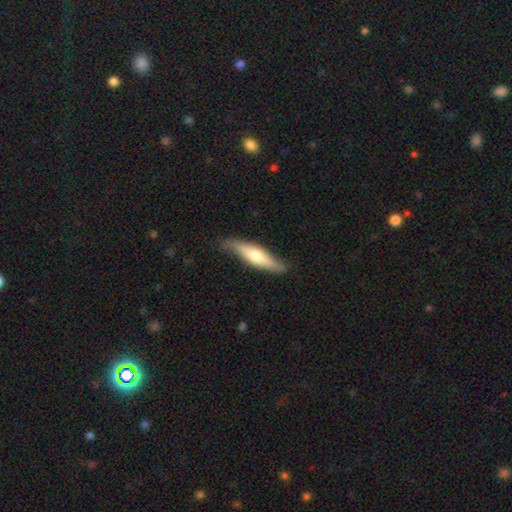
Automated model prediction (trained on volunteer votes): This appears to be a featured or disk galaxy (50%). Merging: none (77%).